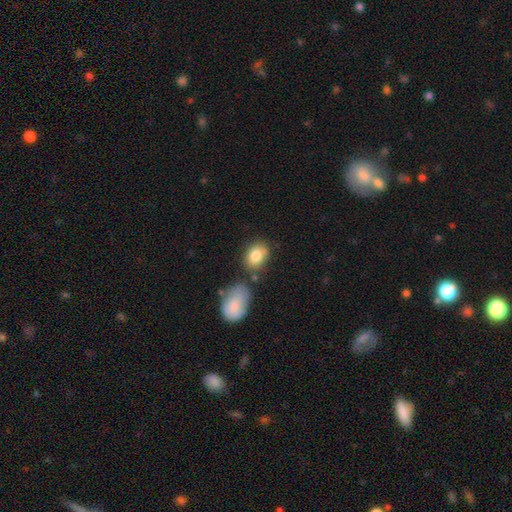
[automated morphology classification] type=smooth (83%); roundness=in between (69%); merging=none (63%).